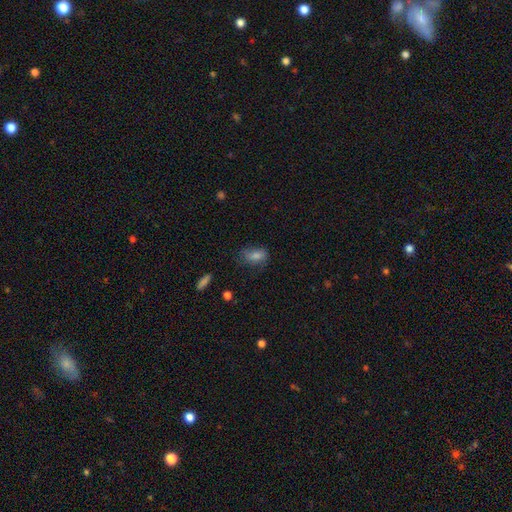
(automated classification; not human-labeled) This appears to be a smooth galaxy with no disk features (74%) that is in between round and cigar-shaped (84%). Merging: none (62%).